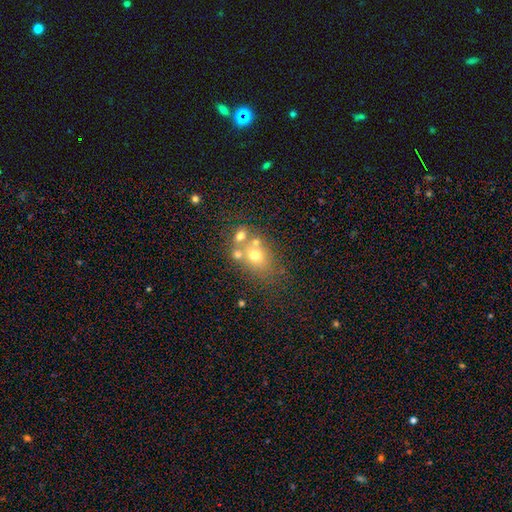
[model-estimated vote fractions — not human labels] Morphology: type=smooth (61%); roundness=in between (56%); merging=none (48%).